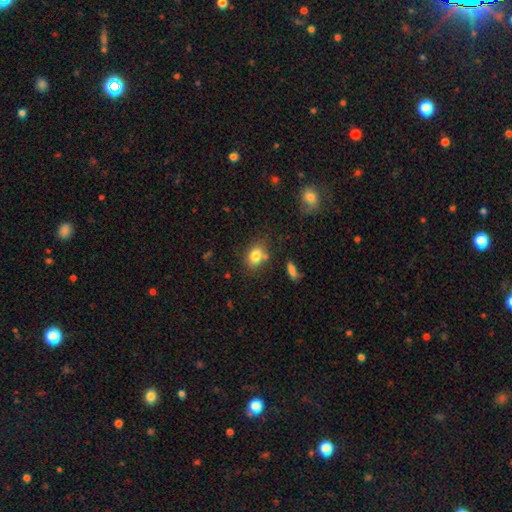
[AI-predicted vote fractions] Smooth or featured? smooth (81%)
How rounded? in between (70%)
Merging? none (71%)